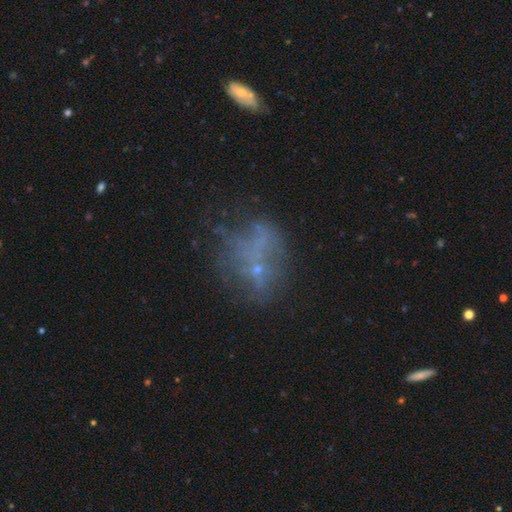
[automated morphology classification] The model was most divided on "smooth or featured": featured or disk: 43%, smooth: 31%, star or artifact: 26%. Remaining: merging — none (46%).